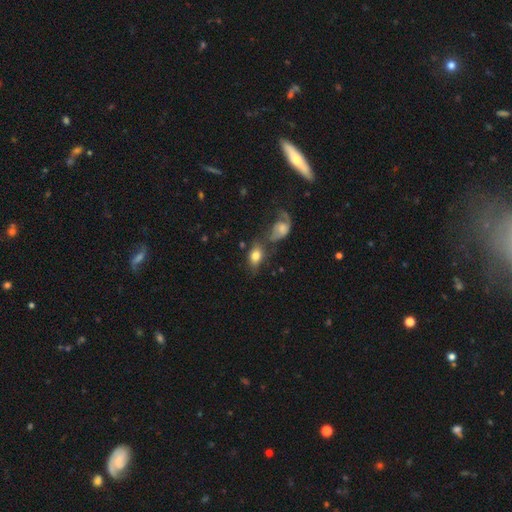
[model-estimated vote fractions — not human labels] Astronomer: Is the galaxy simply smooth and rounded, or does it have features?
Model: smooth — 73%.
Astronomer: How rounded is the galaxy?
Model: in between — 86%.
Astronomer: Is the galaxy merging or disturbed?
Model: none — 38% (runner-up: merger, 33%).